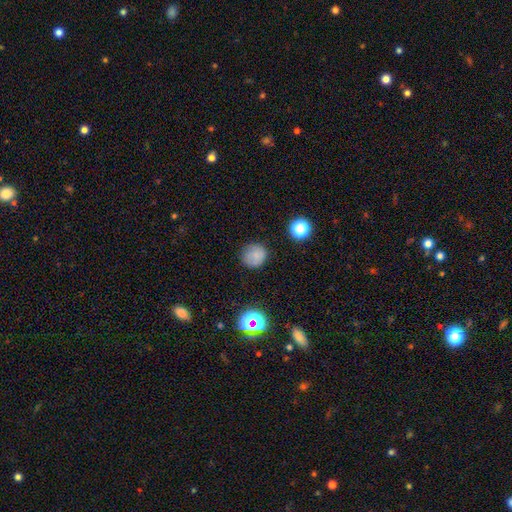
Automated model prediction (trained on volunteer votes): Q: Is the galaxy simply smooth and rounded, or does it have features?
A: smooth — 77%.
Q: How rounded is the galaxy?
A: round — 90%.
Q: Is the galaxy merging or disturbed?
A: none — 81%.